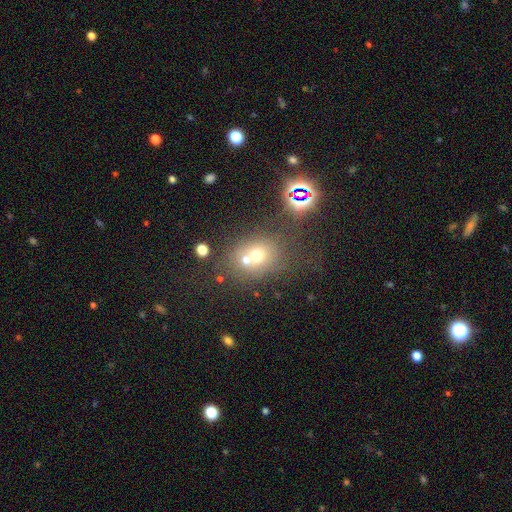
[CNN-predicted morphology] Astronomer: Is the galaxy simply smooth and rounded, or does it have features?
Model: smooth — 62%.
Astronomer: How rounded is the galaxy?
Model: round — 65%.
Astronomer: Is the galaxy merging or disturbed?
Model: none — 42% (runner-up: merger, 41%).